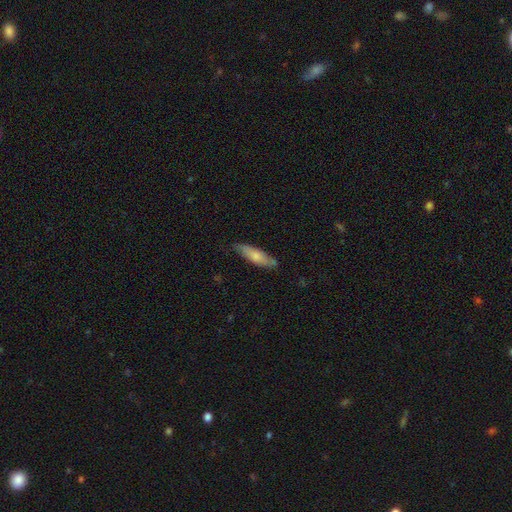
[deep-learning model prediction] Q: Smooth or featured?
A: smooth (68%); runner-up: featured or disk (27%)
Q: How rounded?
A: cigar-shaped (59%); runner-up: in between (40%)
Q: Merging?
A: none (75%); runner-up: minor disturbance (20%)